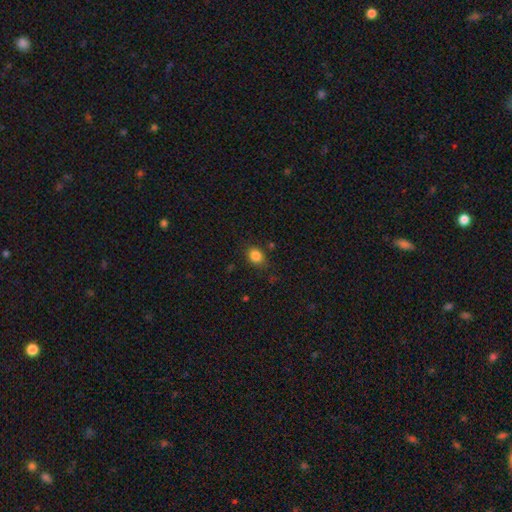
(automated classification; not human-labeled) The model was most divided on "how rounded": in between: 53%, round: 46%, cigar-shaped: 1%. More confident: smooth or featured — smooth (84%); merging — none (80%).